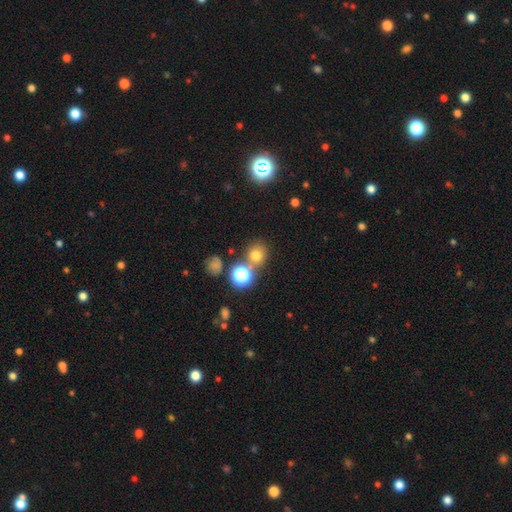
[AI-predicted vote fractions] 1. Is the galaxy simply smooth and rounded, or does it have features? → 69% smooth, 22% star or artifact, 8% featured or disk.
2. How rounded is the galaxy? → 81% round, 18% in between, 1% cigar-shaped.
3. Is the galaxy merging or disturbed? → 65% none, 21% merger, 10% minor disturbance, 4% major disturbance.